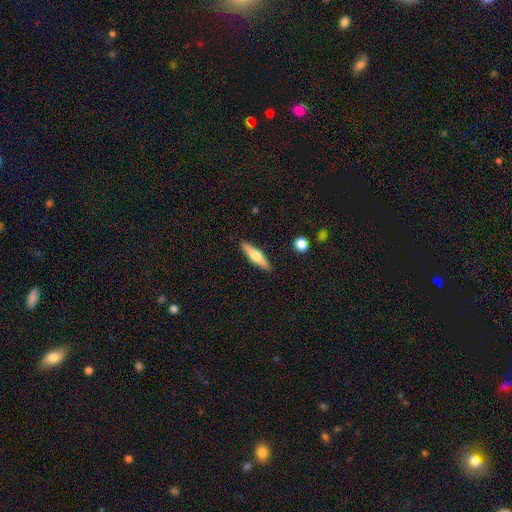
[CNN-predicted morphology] Overall: featured or disk (52%; smooth 42%). Edge-on disk: yes (95%). Merging: none (90%).